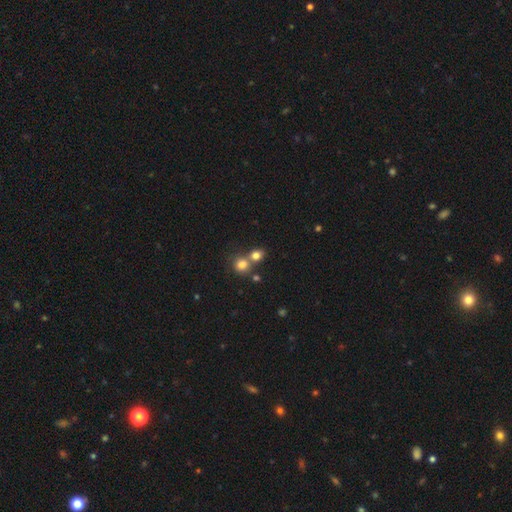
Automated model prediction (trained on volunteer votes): smooth-or-featured: smooth: 78% | star or artifact: 13% | featured or disk: 9%
  how-rounded: round: 74% | in between: 25% | cigar-shaped: 1%
  merging: none: 47% | merger: 43% | minor disturbance: 7% | major disturbance: 3%